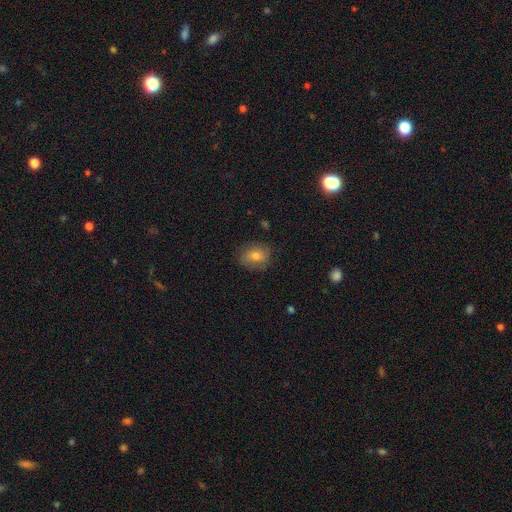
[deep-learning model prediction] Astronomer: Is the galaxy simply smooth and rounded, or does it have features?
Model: smooth — 64%.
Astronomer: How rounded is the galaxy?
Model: round — 52% (runner-up: in between, 46%).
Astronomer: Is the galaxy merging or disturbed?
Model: none — 77%.